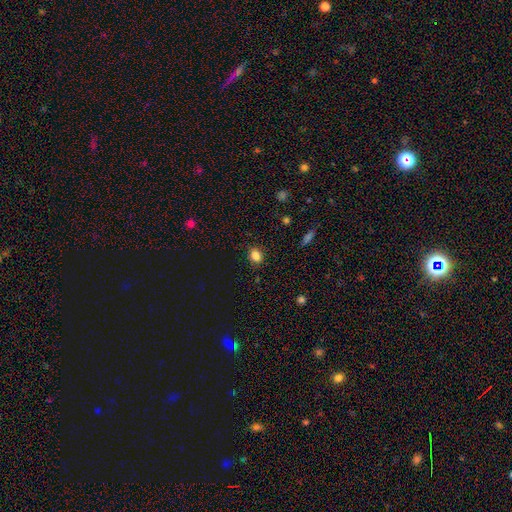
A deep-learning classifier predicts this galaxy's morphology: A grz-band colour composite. It shows a smooth galaxy with no disk features (83%) that is round (54%). Merging: none (87%).